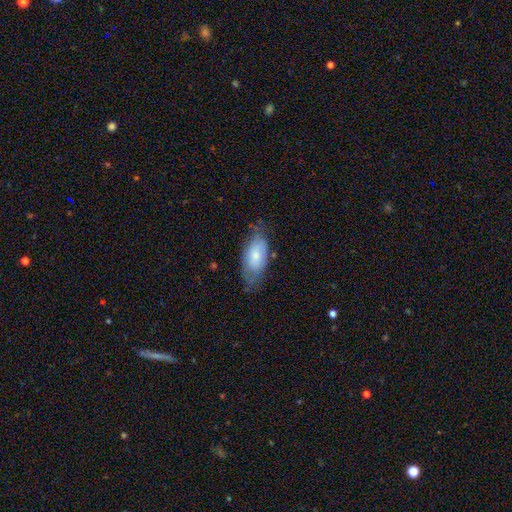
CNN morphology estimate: Smooth or featured? smooth (68%)
How rounded? in between (90%)
Merging? none (57%)